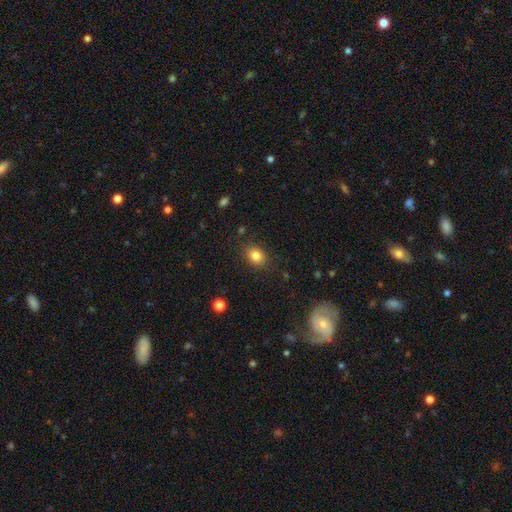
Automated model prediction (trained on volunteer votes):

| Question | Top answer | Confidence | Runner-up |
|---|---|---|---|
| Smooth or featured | smooth | 83% | star or artifact (11%) |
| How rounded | in between | 55% | round (44%) |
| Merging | none | 83% | minor disturbance (12%) |